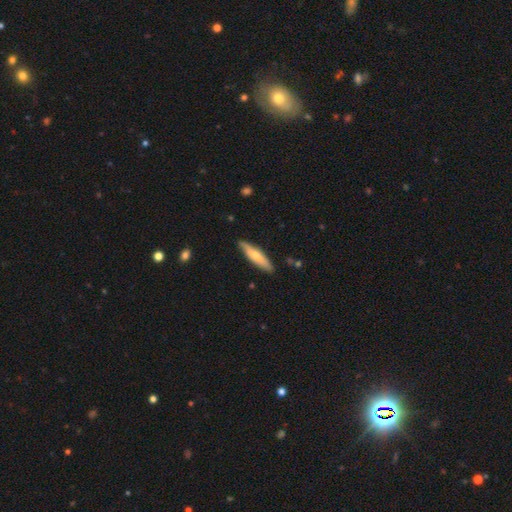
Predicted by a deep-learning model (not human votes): A smooth galaxy with no disk features (62%) that is cigar-shaped (78%). Merging: none (86%).